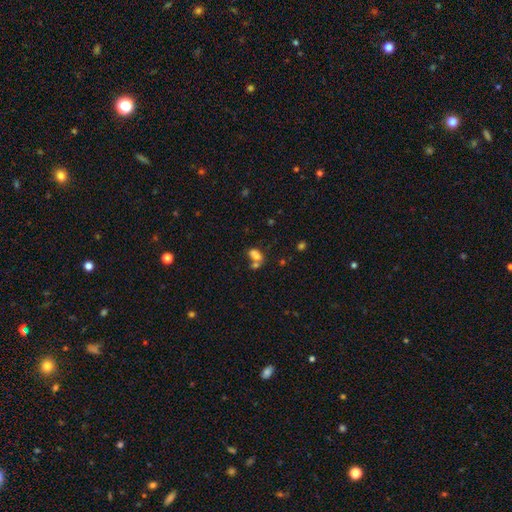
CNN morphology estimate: A smooth galaxy with no disk features (73%) that is in between round and cigar-shaped (79%).

Vote fractions:
- Smooth or featured? smooth: 73% / featured or disk: 14% / star or artifact: 14%
- How rounded? in between: 79% / round: 18% / cigar-shaped: 3%
- Merging? merger: 56% / none: 27% / minor disturbance: 10% / major disturbance: 7%